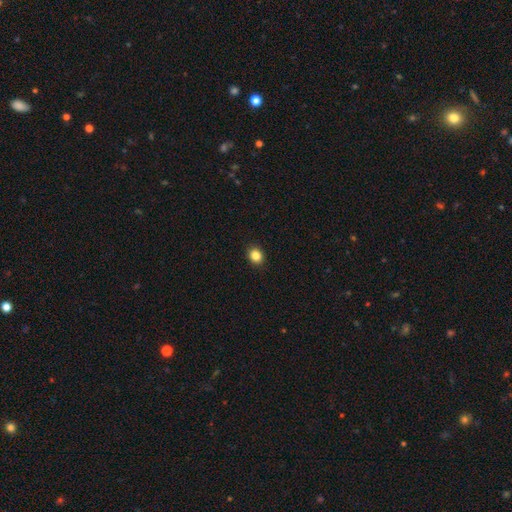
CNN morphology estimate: Q: Smooth or featured?
A: smooth (85%); runner-up: star or artifact (11%)
Q: How rounded?
A: round (65%); runner-up: in between (34%)
Q: Merging?
A: none (92%); runner-up: minor disturbance (6%)